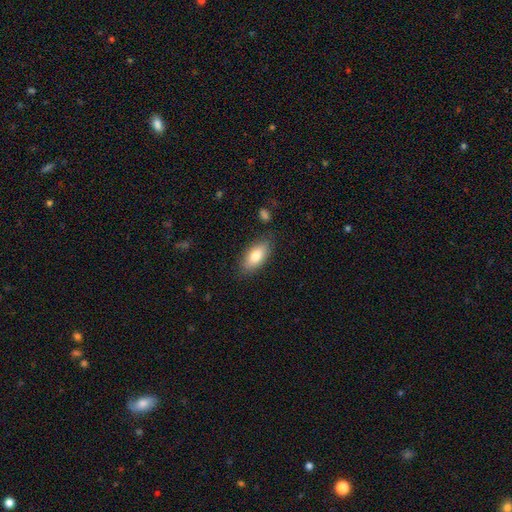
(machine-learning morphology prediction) type=smooth (79%); roundness=in between (86%); merging=none (83%).